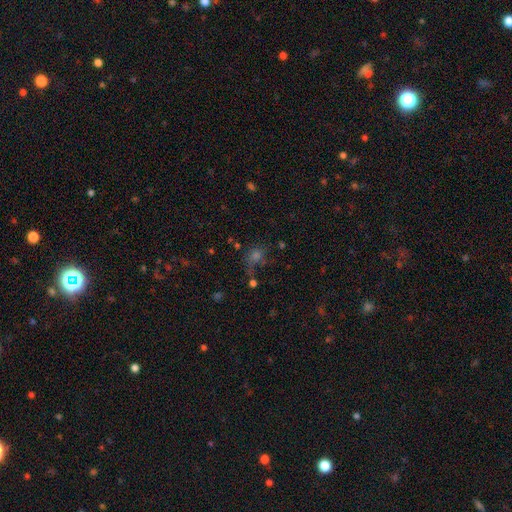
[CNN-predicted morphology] smooth_or_featured: smooth (p=0.45) [alt: star or artifact p=0.36]
merging: none (p=0.50) [alt: major disturbance p=0.21]